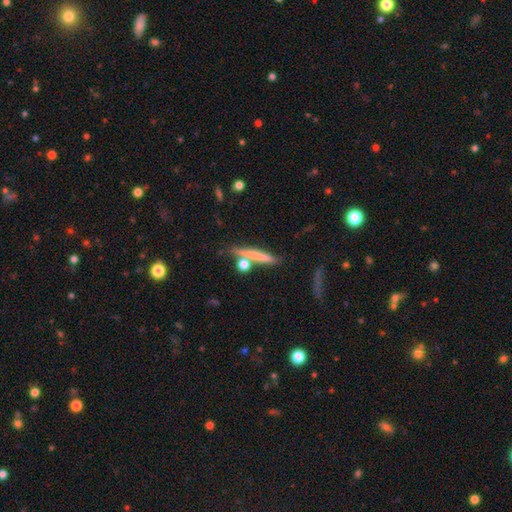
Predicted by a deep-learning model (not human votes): A smooth galaxy with no disk features (60%) that is cigar-shaped (85%).

Vote fractions:
- Smooth or featured? smooth: 60% / featured or disk: 32% / star or artifact: 9%
- How rounded? cigar-shaped: 85% / in between: 8% / round: 7%
- Merging? none: 70% / merger: 14% / minor disturbance: 12% / major disturbance: 4%